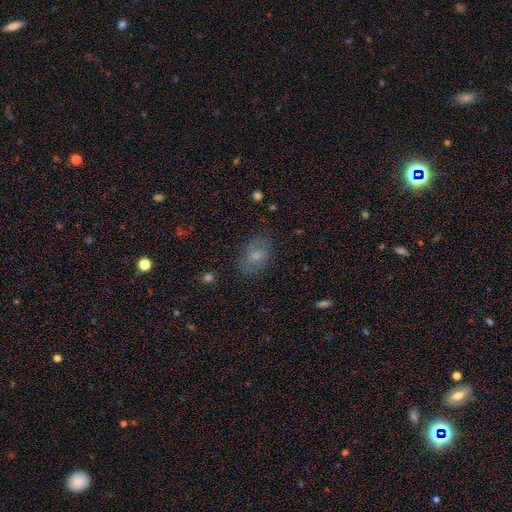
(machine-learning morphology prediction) smooth_or_featured: smooth (p=0.71) [alt: featured or disk p=0.17]
how_rounded: in between (p=0.79) [alt: round p=0.20]
merging: none (p=0.78) [alt: minor disturbance p=0.16]